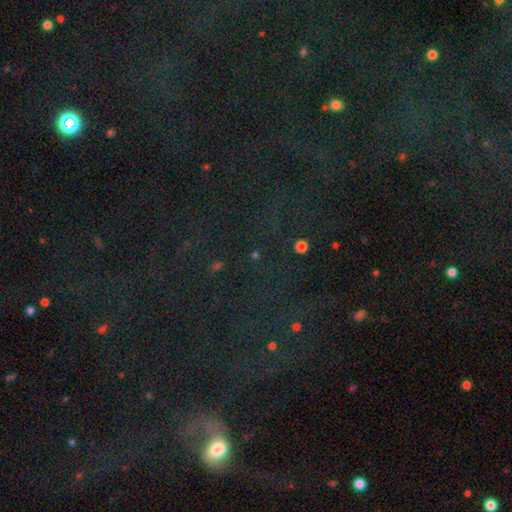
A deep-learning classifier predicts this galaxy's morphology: smooth_or_featured: star or artifact (p=0.72) [alt: smooth p=0.20]